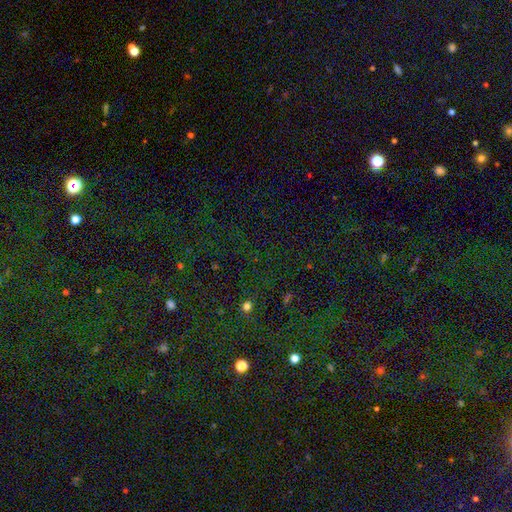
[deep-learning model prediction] A star or artifact, not a galaxy (76%).